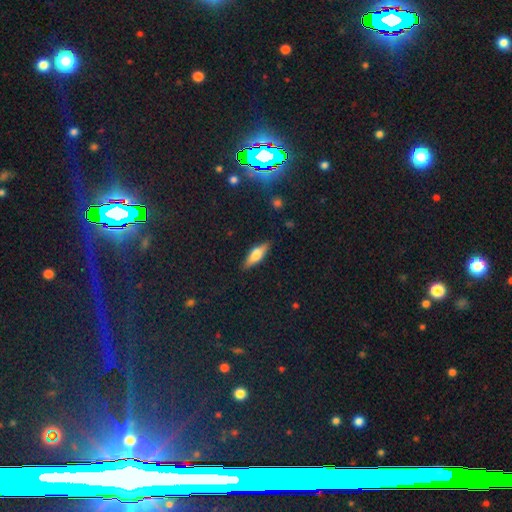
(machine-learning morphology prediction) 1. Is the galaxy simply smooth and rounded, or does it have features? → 57% smooth, 36% featured or disk, 8% star or artifact.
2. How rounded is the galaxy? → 49% in between, 47% cigar-shaped, 3% round.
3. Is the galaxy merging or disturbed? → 86% none, 10% minor disturbance, 2% major disturbance, 1% merger.